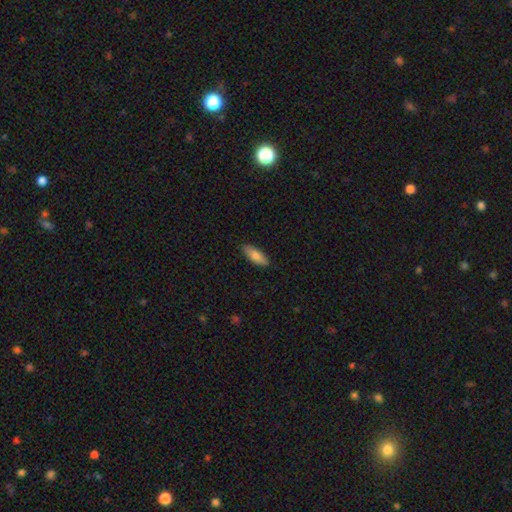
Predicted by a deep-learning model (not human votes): This appears to be a smooth galaxy with no disk features (77%) that is in between round and cigar-shaped (67%). Merging: none (88%).